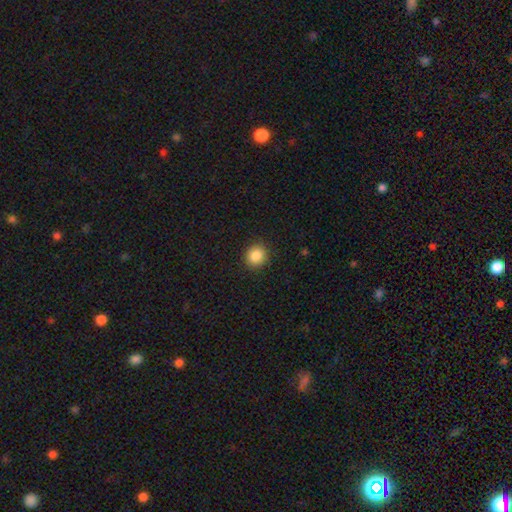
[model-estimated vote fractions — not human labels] Q: Smooth or featured?
A: smooth (87%); runner-up: star or artifact (10%)
Q: How rounded?
A: round (87%); runner-up: in between (12%)
Q: Merging?
A: none (91%); runner-up: minor disturbance (6%)